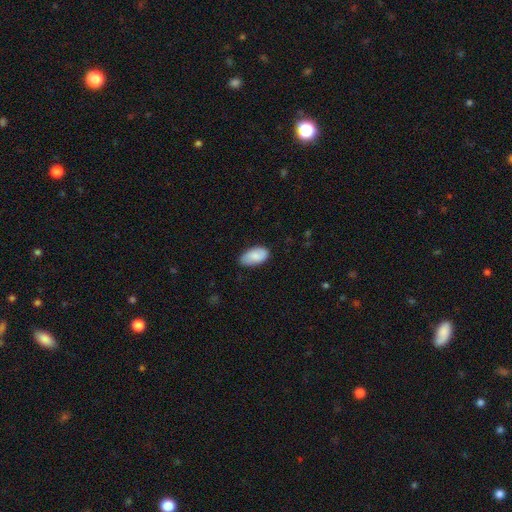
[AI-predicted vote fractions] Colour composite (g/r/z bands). It shows a smooth galaxy with no disk features (83%) that is in between round and cigar-shaped (95%). Merging: none (76%).